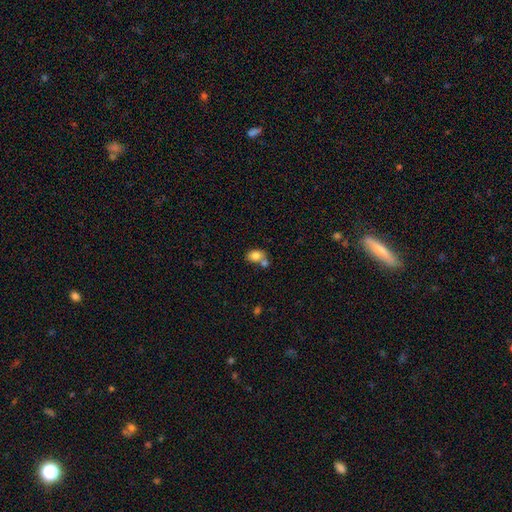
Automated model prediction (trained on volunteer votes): smooth_or_featured: smooth (p=0.81) [alt: featured or disk p=0.10]
how_rounded: in between (p=0.71) [alt: round p=0.28]
merging: none (p=0.45) [alt: merger p=0.39]